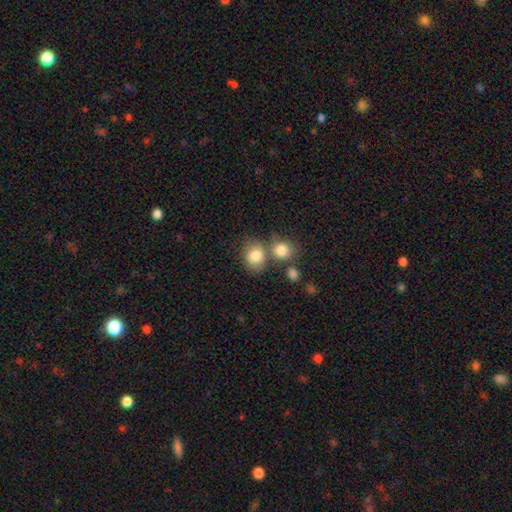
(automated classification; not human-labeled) Overall: smooth (83%). How rounded: round (63%; in between 36%). Merging: none (51%; merger 32%).